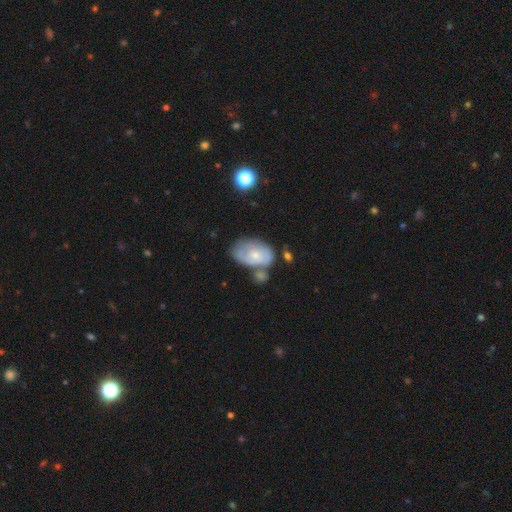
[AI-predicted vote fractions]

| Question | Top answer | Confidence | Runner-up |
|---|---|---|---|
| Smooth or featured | smooth | 49% | featured or disk (45%) |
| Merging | none | 38% | minor disturbance (26%) |